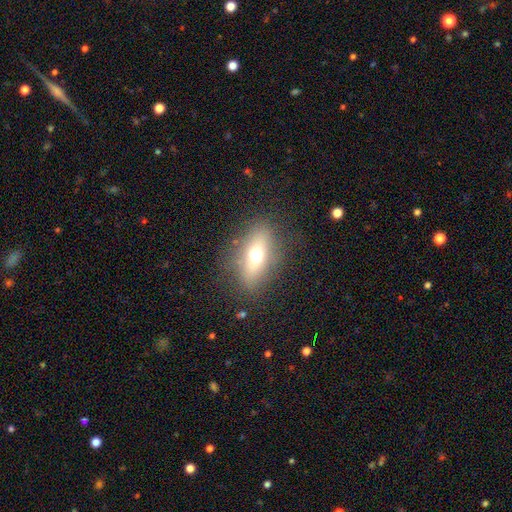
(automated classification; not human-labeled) smooth_or_featured: smooth (p=0.58) [alt: featured or disk p=0.30]
how_rounded: in between (p=0.71) [alt: round p=0.15]
merging: none (p=0.81) [alt: minor disturbance p=0.12]